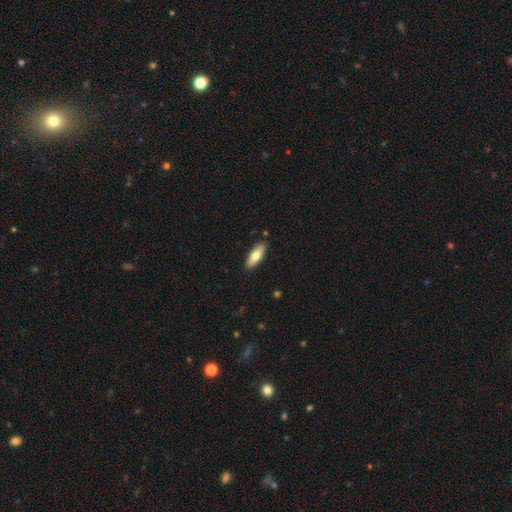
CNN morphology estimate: Smooth or featured?
  - smooth: 73% *
  - featured or disk: 22%
  - star or artifact: 6%
How rounded?
  - in between: 68% *
  - cigar-shaped: 30%
  - round: 2%
Merging?
  - none: 88% *
  - minor disturbance: 9%
  - major disturbance: 2%
  - merger: 1%